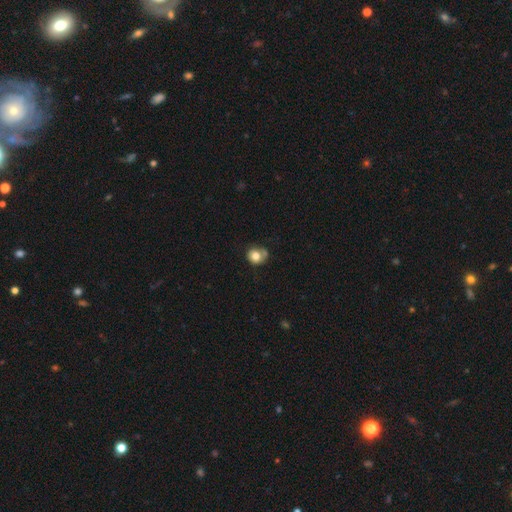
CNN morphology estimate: smooth-or-featured: smooth: 77% | featured or disk: 13% | star or artifact: 10%
  how-rounded: round: 77% | in between: 22% | cigar-shaped: 1%
  merging: none: 55% | minor disturbance: 25% | merger: 12% | major disturbance: 8%